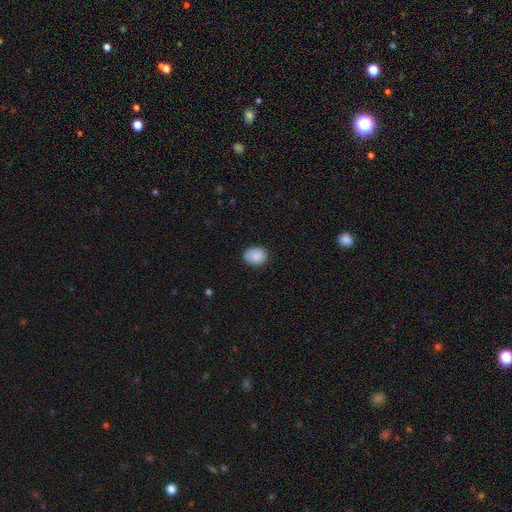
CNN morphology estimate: smooth_or_featured: smooth (p=0.88) [alt: star or artifact p=0.07]
how_rounded: in between (p=0.50) [alt: round p=0.49]
merging: none (p=0.82) [alt: minor disturbance p=0.15]